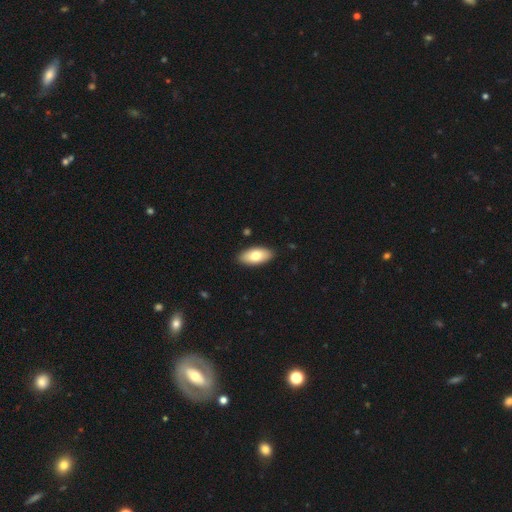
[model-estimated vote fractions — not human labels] Smooth or featured? Predicted: smooth (p=0.77). How rounded? Predicted: in between (p=0.92). Merging? Predicted: none (p=0.89).